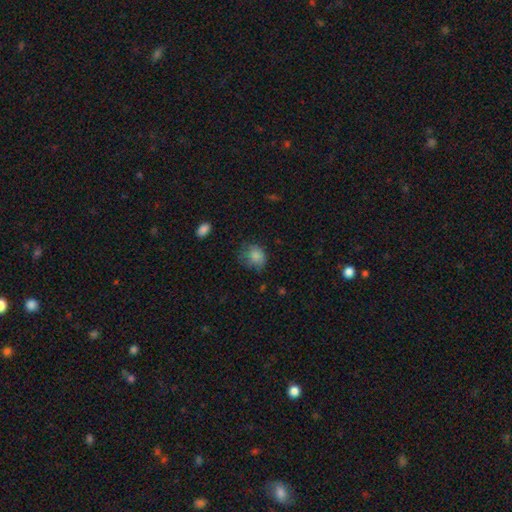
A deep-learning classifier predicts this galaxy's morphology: smooth_or_featured: smooth (p=0.82) [alt: star or artifact p=0.09]
how_rounded: round (p=0.62) [alt: in between p=0.37]
merging: none (p=0.56) [alt: minor disturbance p=0.30]